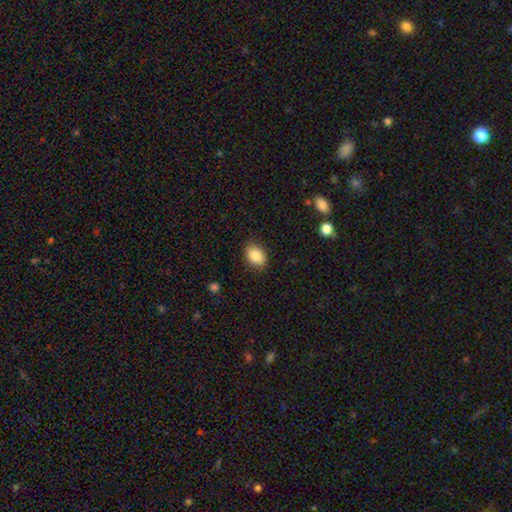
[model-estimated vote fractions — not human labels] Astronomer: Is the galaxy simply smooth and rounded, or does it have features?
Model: smooth — 88%.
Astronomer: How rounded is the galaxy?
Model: in between — 77%.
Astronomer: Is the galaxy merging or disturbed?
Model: none — 83%.